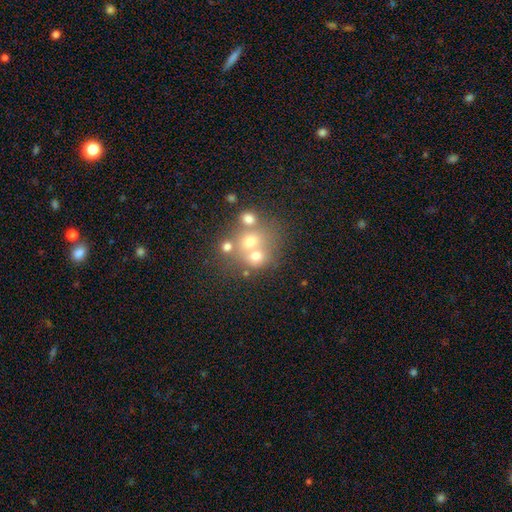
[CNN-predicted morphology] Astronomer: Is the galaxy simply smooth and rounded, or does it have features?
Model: smooth — 61%.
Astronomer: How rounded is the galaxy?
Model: round — 75%.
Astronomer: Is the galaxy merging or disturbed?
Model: merger — 47% (runner-up: none, 39%).